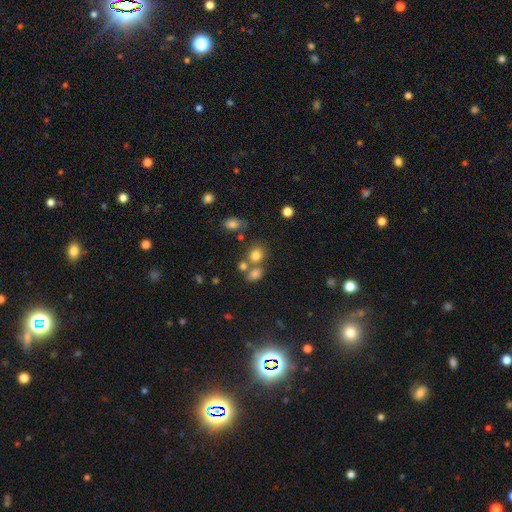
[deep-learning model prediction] A smooth galaxy with no disk features (77%) that is round (65%). Merging: none (56%).